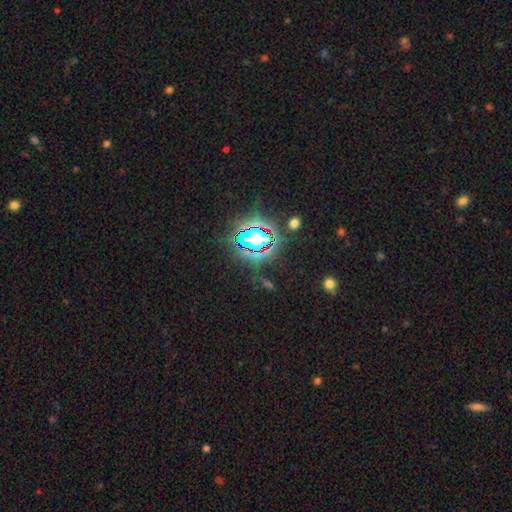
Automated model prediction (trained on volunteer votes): This is likely a star or artifact rather than a galaxy (73%).